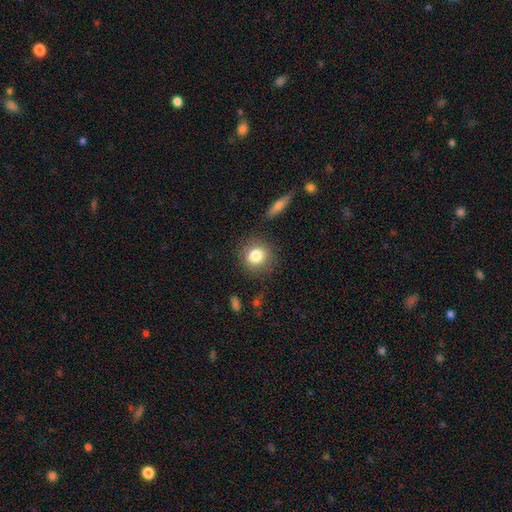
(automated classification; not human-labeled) A smooth galaxy with no disk features (82%) that is round (86%). Merging: none (83%).